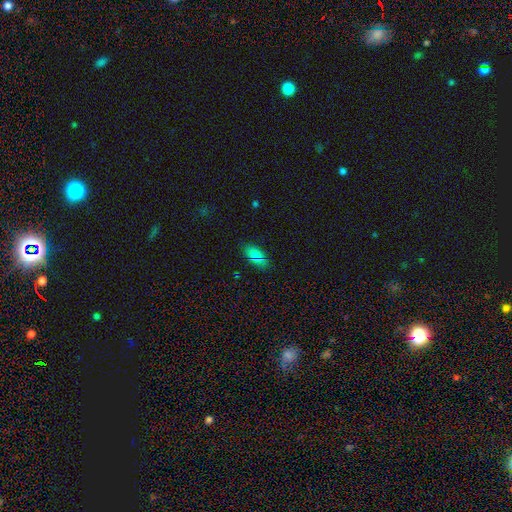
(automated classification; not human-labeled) A smooth galaxy with no disk features (76%) that is in between round and cigar-shaped (88%).

Vote fractions:
- Smooth or featured? smooth: 76% / star or artifact: 14% / featured or disk: 10%
- How rounded? in between: 88% / cigar-shaped: 9% / round: 3%
- Merging? none: 84% / minor disturbance: 12% / major disturbance: 3% / merger: 2%